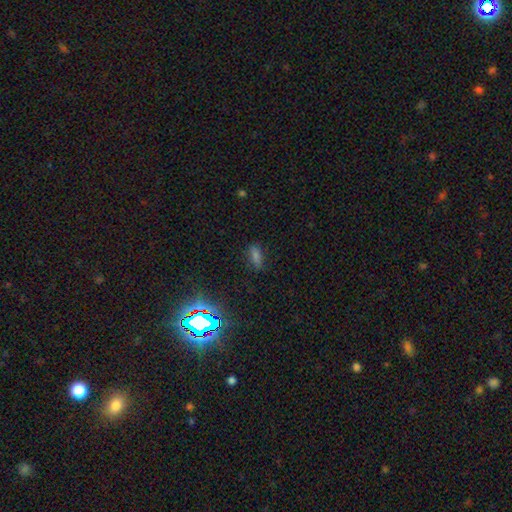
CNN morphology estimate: A smooth galaxy with no disk features (57%) that is in between round and cigar-shaped (60%).

Vote fractions:
- Smooth or featured? smooth: 57% / star or artifact: 32% / featured or disk: 11%
- How rounded? in between: 60% / cigar-shaped: 34% / round: 6%
- Merging? none: 80% / minor disturbance: 13% / major disturbance: 5% / merger: 2%